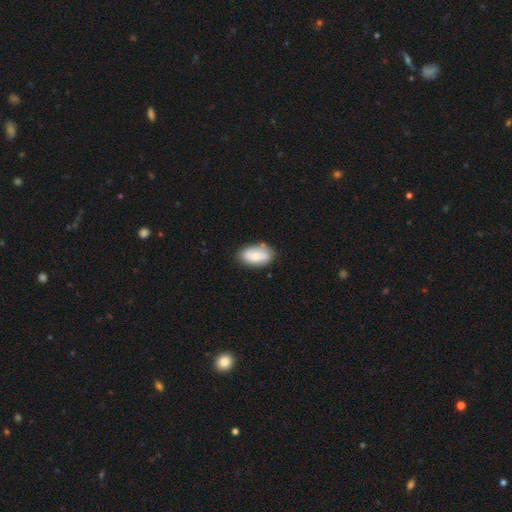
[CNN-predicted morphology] Smooth or featured: smooth — 61% (featured or disk — 32%)
How rounded: in between — 91% (round — 7%)
Merging: none — 73% (minor disturbance — 19%)